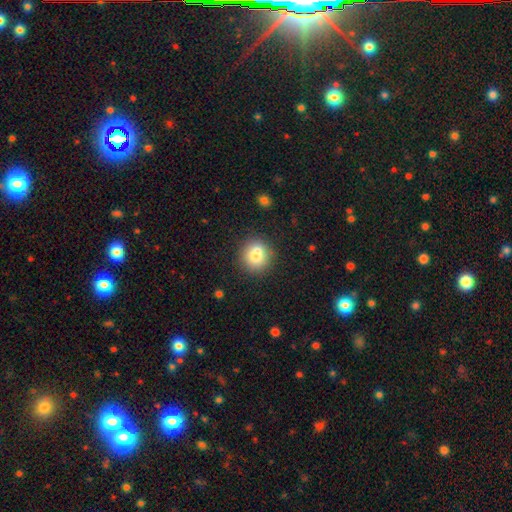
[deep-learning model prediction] Q: Smooth or featured?
A: smooth (74%); runner-up: featured or disk (16%)
Q: How rounded?
A: round (89%); runner-up: in between (10%)
Q: Merging?
A: none (66%); runner-up: merger (21%)